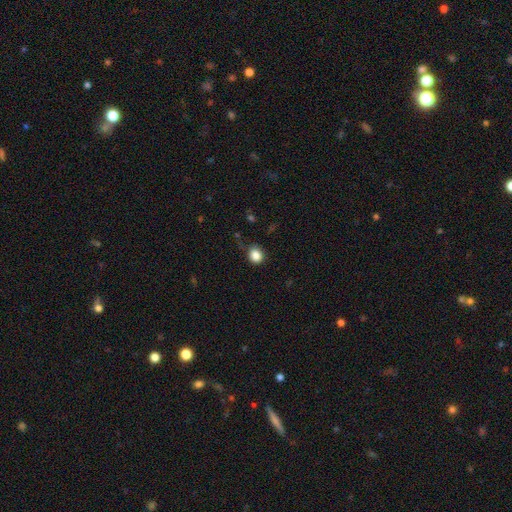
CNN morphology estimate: This is clearly a smooth galaxy (85%). How rounded: likely round (72%). Merging: likely none (76%).